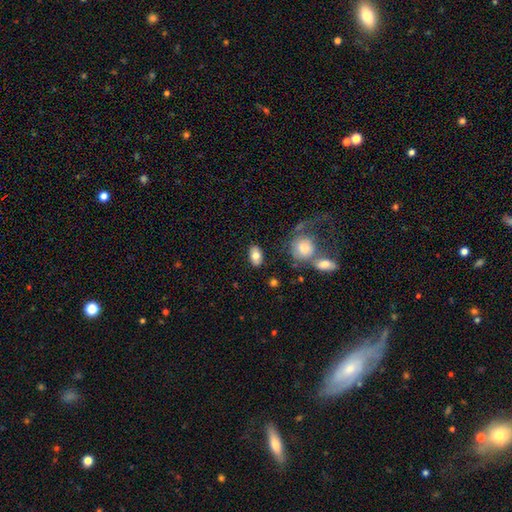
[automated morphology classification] smooth_or_featured: smooth (p=0.78) [alt: featured or disk p=0.14]
how_rounded: in between (p=0.88) [alt: round p=0.10]
merging: none (p=0.83) [alt: minor disturbance p=0.10]